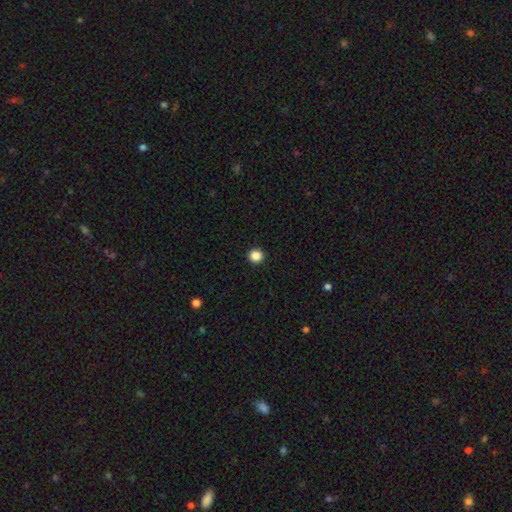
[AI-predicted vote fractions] Smooth or featured? smooth (87%)
How rounded? round (92%)
Merging? none (93%)